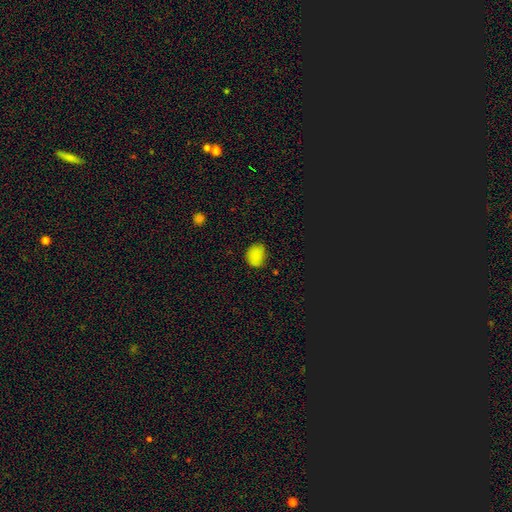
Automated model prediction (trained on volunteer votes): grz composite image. It shows a smooth galaxy with no disk features (83%) that is in between round and cigar-shaped (50%). Merging: none (75%).